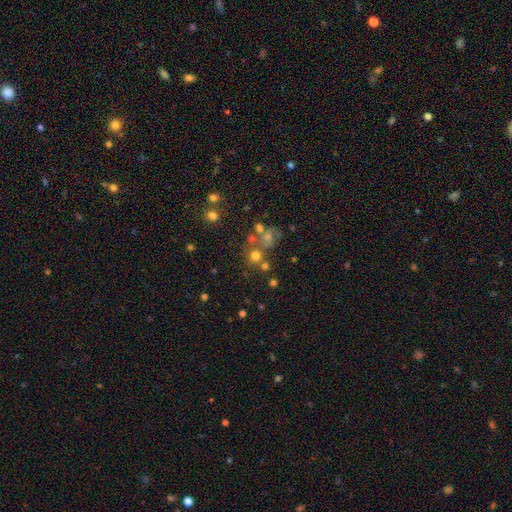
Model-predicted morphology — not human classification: This is likely a smooth galaxy (67%). How rounded: clearly round (87%). Merging: likely none (61%).